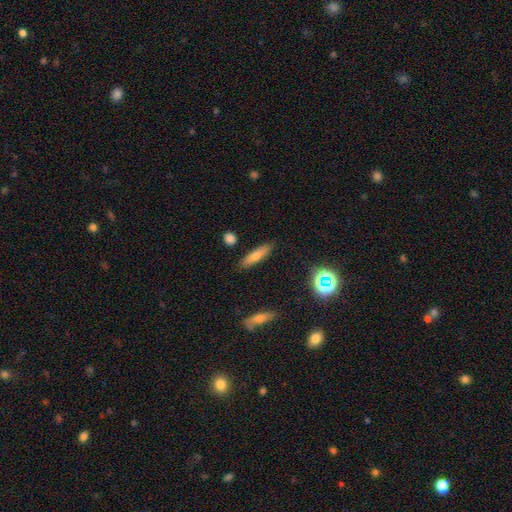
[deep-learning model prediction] This is likely a smooth galaxy (71%). How rounded: likely cigar-shaped (69%). Merging: clearly none (87%).